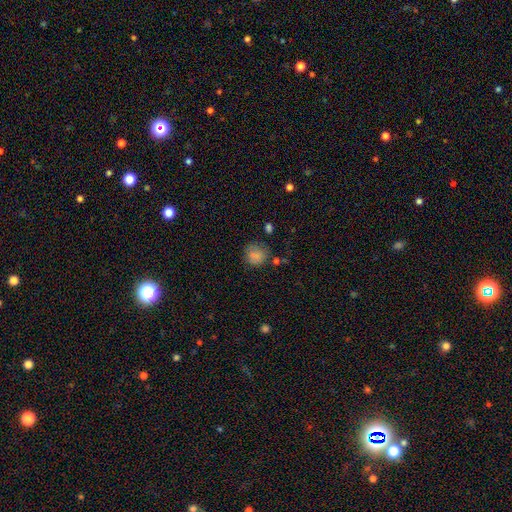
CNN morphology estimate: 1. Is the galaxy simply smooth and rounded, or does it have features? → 81% smooth, 11% star or artifact, 8% featured or disk.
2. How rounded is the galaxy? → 84% round, 15% in between, 1% cigar-shaped.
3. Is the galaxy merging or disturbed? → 69% none, 19% minor disturbance, 7% major disturbance, 5% merger.